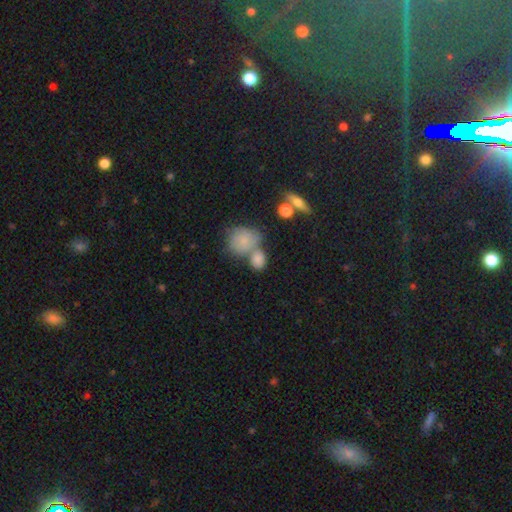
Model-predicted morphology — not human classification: type=smooth (66%); roundness=round (56%); merging=merger (41%).